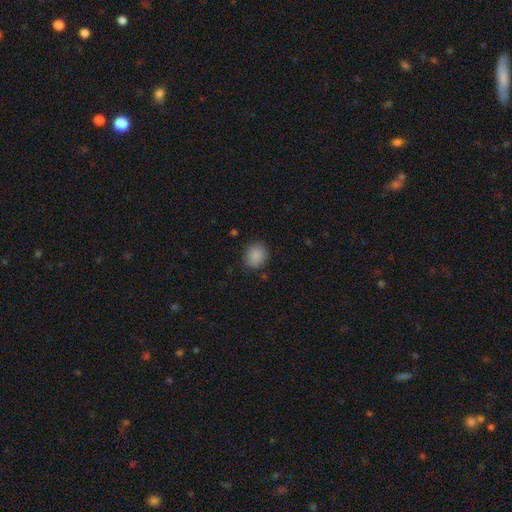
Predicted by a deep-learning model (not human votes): Smooth or featured? smooth (88%)
How rounded? round (76%)
Merging? none (84%)